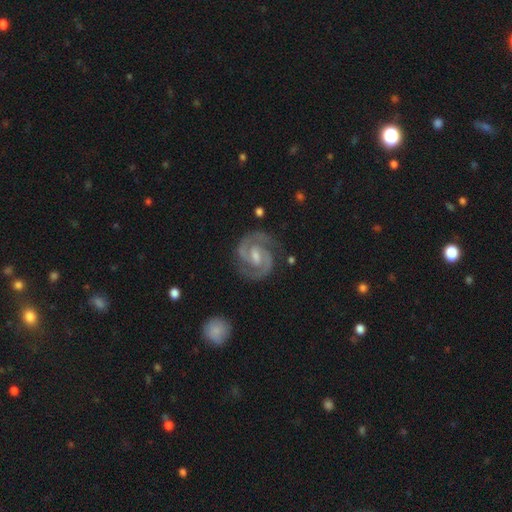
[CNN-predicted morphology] smooth-or-featured: featured or disk: 92% | star or artifact: 4% | smooth: 4%
  disk-edge-on: no: 98% | yes: 2%
    bar: weak: 51% | strong: 30% | no: 18%
    has-spiral-arms: yes: 98% | no: 2%
      spiral-winding: medium: 48% | tight: 47% | loose: 5%
      spiral-arm-count: 2: 93% | can't tell: 2% | 3: 2% | 1: 1% | 4: 1% | more than 4: 1%
    bulge-size: moderate: 51% | small: 38% | none: 6% | large: 4% | dominant: 1%
  merging: none: 82% | minor disturbance: 13% | major disturbance: 4% | merger: 1%